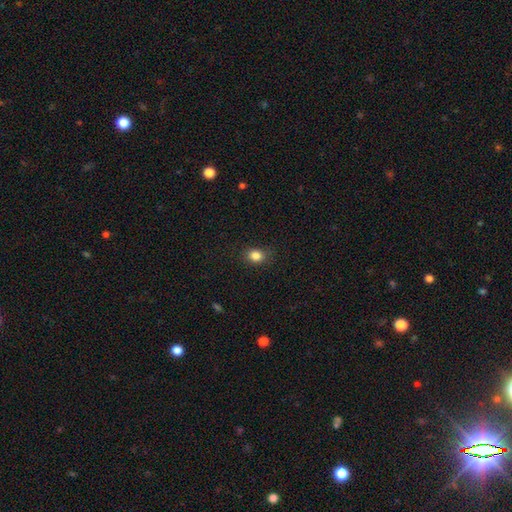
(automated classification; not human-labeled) A smooth galaxy with no disk features (85%) that is round (50%).

Vote fractions:
- Smooth or featured? smooth: 85% / star or artifact: 11% / featured or disk: 4%
- How rounded? round: 50% / in between: 49% / cigar-shaped: 1%
- Merging? none: 83% / minor disturbance: 12% / major disturbance: 3% / merger: 1%